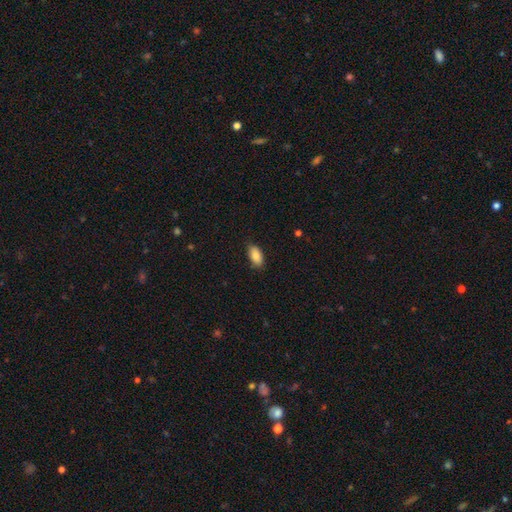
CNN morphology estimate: smooth 86%, featured or disk 8%, star or artifact 7%. Down the decision tree: how rounded — in between (92%); merging — none (83%).